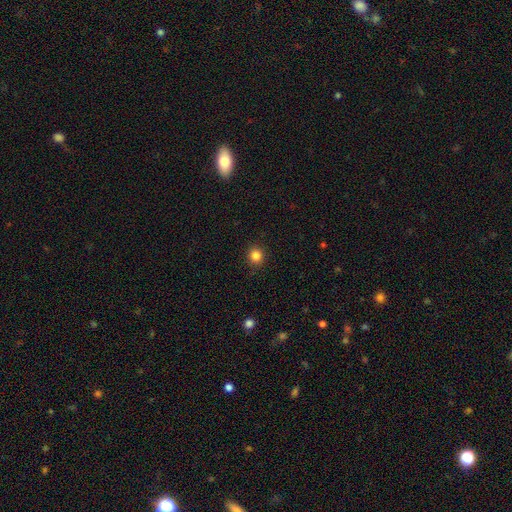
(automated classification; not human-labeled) smooth_or_featured: smooth (p=0.84) [alt: star or artifact p=0.12]
how_rounded: round (p=0.90) [alt: in between p=0.09]
merging: none (p=0.90) [alt: minor disturbance p=0.07]